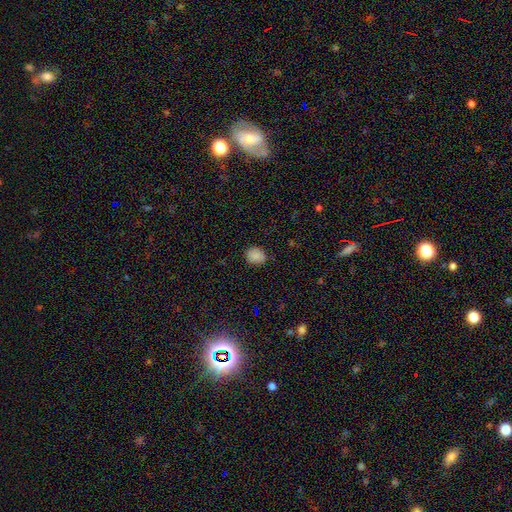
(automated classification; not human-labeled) Smooth or featured? Predicted: smooth (p=0.83). How rounded? Predicted: round (p=0.68). Merging? Predicted: none (p=0.80).